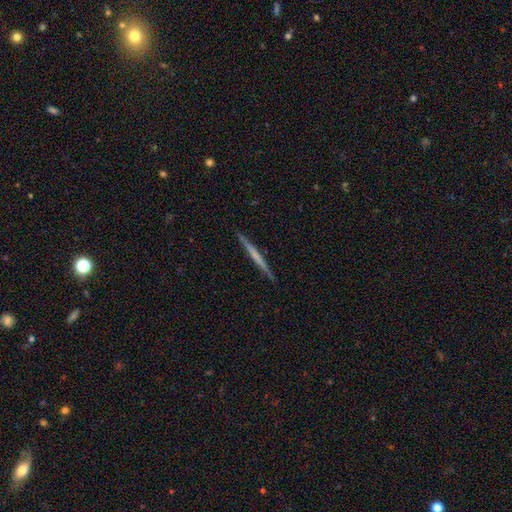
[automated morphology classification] featured or disk 52%, smooth 42%, star or artifact 5%. Down the decision tree: edge-on disk — yes (98%); edge-on bulge — none (86%); merging — none (92%).